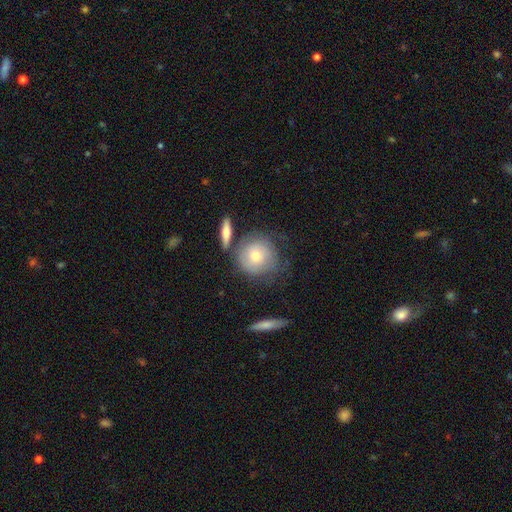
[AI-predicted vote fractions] Overall: smooth (55%; featured or disk 37%). How rounded: round (87%). Merging: none (61%).